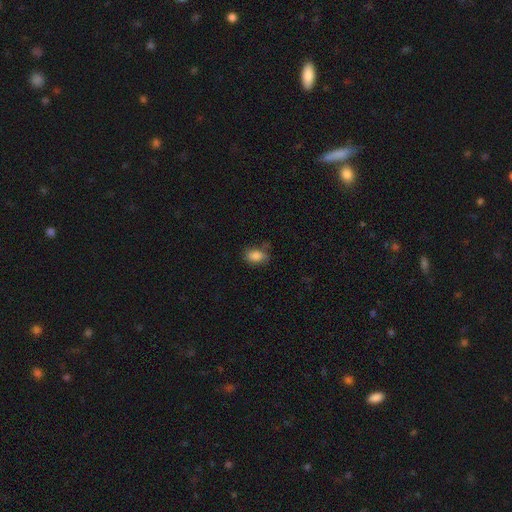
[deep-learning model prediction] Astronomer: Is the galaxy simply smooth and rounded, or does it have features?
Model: smooth — 85%.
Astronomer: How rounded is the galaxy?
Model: in between — 83%.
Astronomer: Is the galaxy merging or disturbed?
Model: none — 70%.